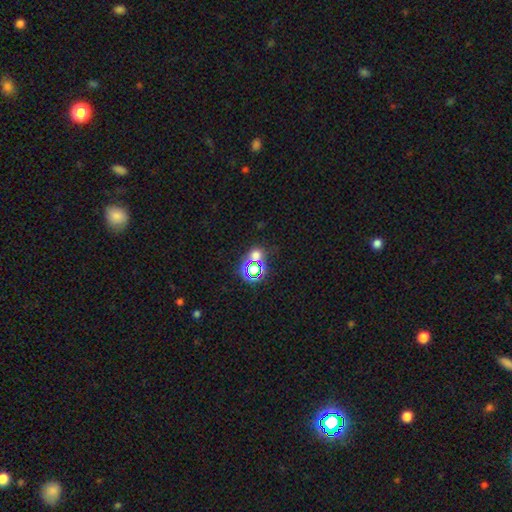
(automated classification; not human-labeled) Morphology: type=star or artifact (51%).